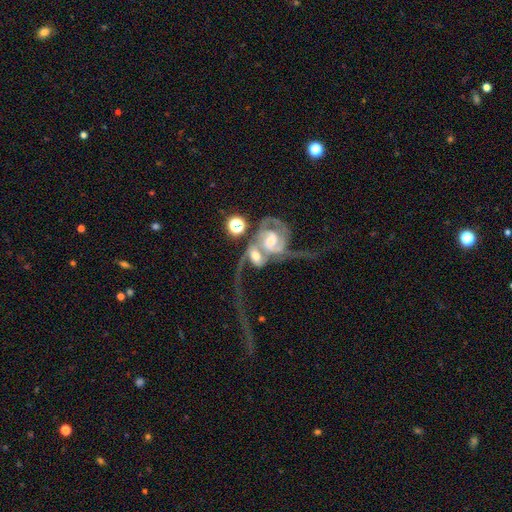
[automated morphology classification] smooth-or-featured: featured or disk: 82% | smooth: 11% | star or artifact: 6%
  disk-edge-on: no: 96% | yes: 4%
    bar: no: 57% | weak: 31% | strong: 12%
    has-spiral-arms: yes: 92% | no: 8%
      spiral-winding: loose: 39% | medium: 33% | tight: 28%
      spiral-arm-count: 2: 64% | can't tell: 14% | 1: 12% | 3: 5% | 4: 2% | more than 4: 2%
    bulge-size: moderate: 53% | small: 30% | large: 11% | none: 5% | dominant: 2%
  merging: merger: 72% | major disturbance: 15% | none: 9% | minor disturbance: 4%